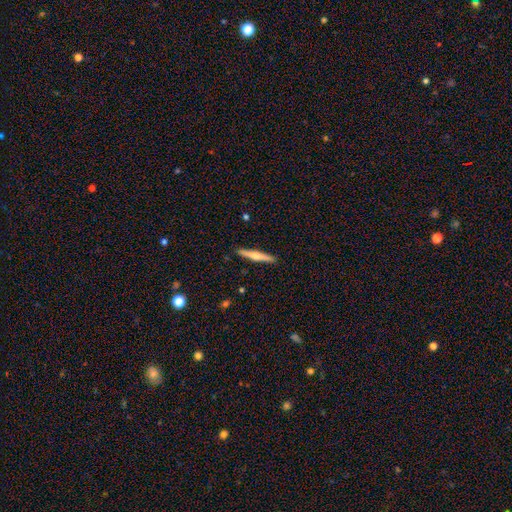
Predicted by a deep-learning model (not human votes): Smooth or featured? Predicted: featured or disk (p=0.55). Edge-on disk? Predicted: yes (p=0.97). Edge-on bulge? Predicted: rounded (p=0.86). Merging? Predicted: none (p=0.91).